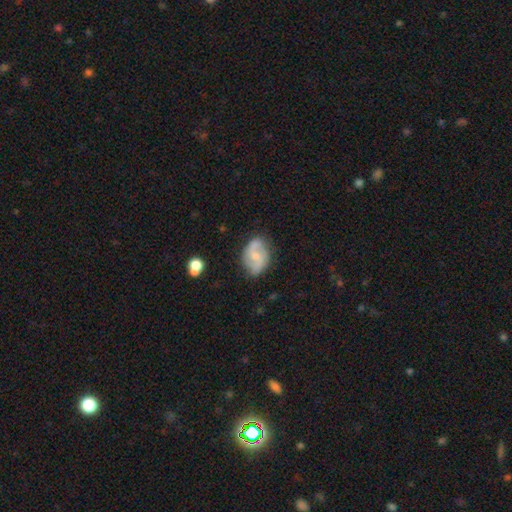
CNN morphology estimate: This appears to be a featured or disk galaxy (67%) with no bar (46%), 2 (86%) medium (42%) spiral arms (88%) and a small central bulge (55%). Merging: none (73%).